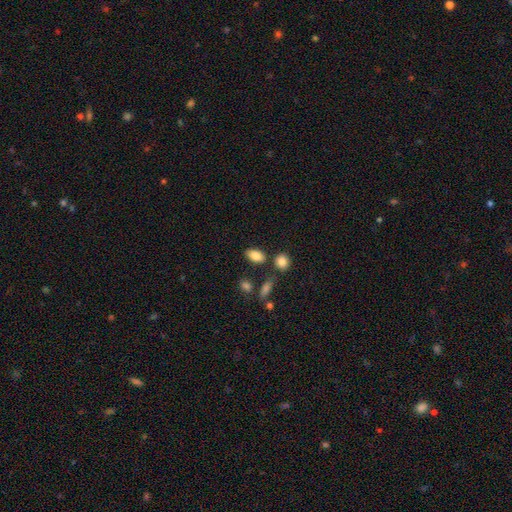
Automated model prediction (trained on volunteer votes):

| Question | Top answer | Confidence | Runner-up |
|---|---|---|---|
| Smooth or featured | smooth | 84% | star or artifact (8%) |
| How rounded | in between | 88% | round (9%) |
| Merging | none | 75% | minor disturbance (12%) |